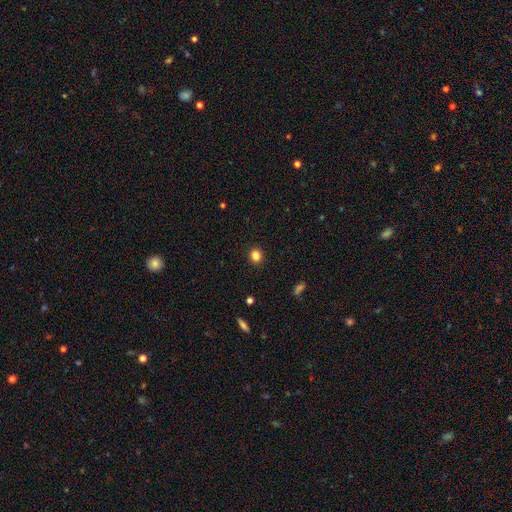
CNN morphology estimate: smooth 83%, star or artifact 12%, featured or disk 5%. Down the decision tree: how rounded — round (81%); merging — none (92%).